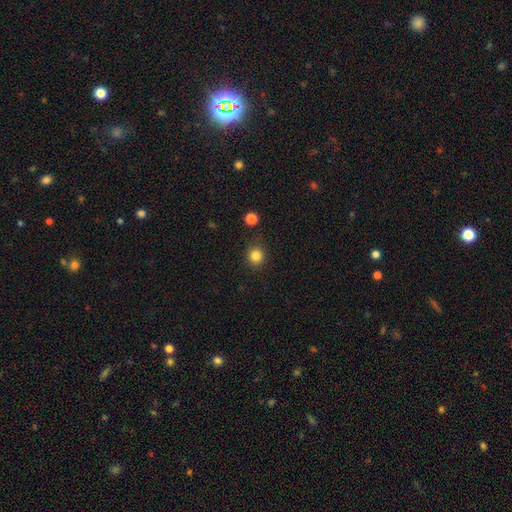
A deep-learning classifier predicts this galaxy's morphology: smooth 83%, star or artifact 12%, featured or disk 5%. Down the decision tree: how rounded — round (90%); merging — none (88%).